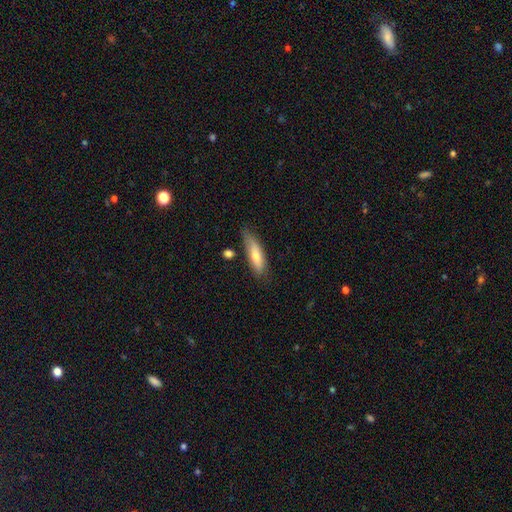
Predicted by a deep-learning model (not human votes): A smooth galaxy with no disk features (63%) that is cigar-shaped (65%).

Vote fractions:
- Smooth or featured? smooth: 63% / featured or disk: 30% / star or artifact: 7%
- How rounded? cigar-shaped: 65% / in between: 33% / round: 2%
- Merging? none: 71% / minor disturbance: 21% / major disturbance: 4% / merger: 3%